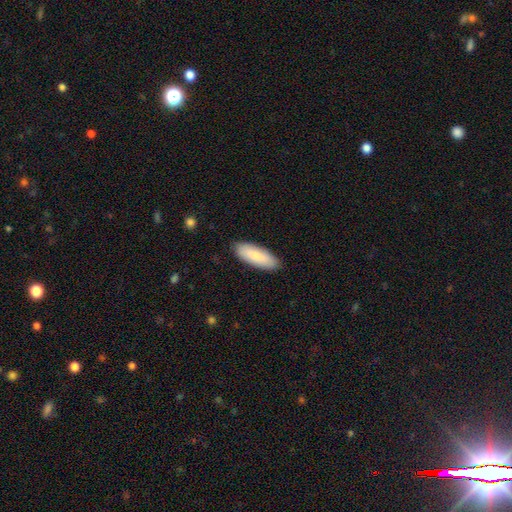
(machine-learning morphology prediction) This appears to be a smooth galaxy with no disk features (80%) that is in between round and cigar-shaped (71%). Merging: none (88%).